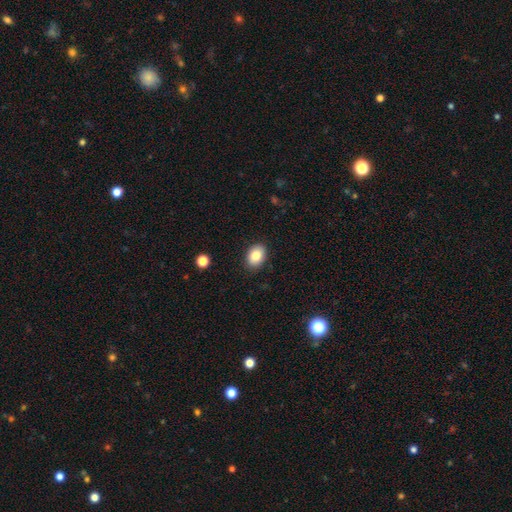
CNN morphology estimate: This is clearly a smooth galaxy (85%). How rounded: likely in between (77%). Merging: clearly none (88%).